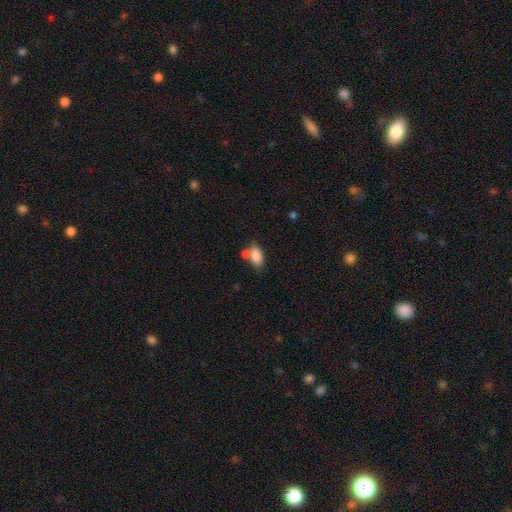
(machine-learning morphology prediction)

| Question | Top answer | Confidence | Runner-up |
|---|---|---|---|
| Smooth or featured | smooth | 85% | star or artifact (8%) |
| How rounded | in between | 91% | round (5%) |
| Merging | none | 54% | merger (28%) |